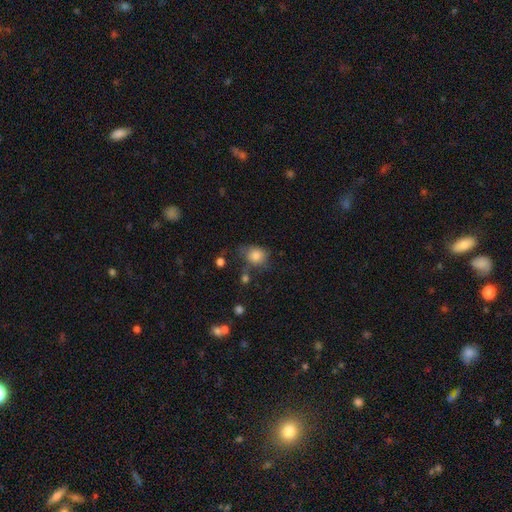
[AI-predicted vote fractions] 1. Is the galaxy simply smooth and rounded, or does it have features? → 82% smooth, 10% star or artifact, 8% featured or disk.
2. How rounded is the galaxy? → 59% round, 40% in between, 1% cigar-shaped.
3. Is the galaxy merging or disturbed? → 54% none, 28% minor disturbance, 12% major disturbance, 7% merger.